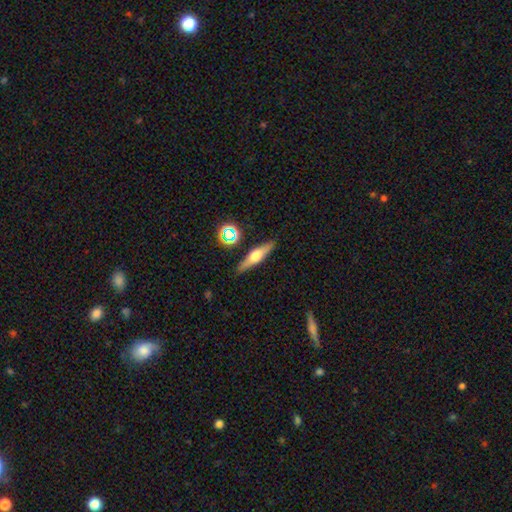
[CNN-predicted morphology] This is possibly a featured or disk galaxy (54%). It is clearly viewed edge-on (92%). Merging: clearly none (87%).